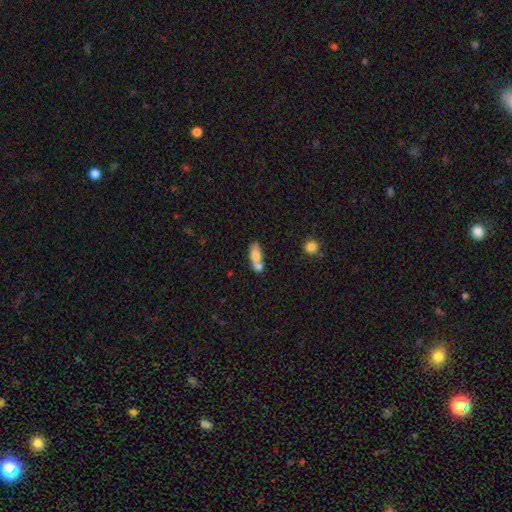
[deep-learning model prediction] Overall: smooth (74%). How rounded: in between (69%). Merging: merger (48%; none 36%).